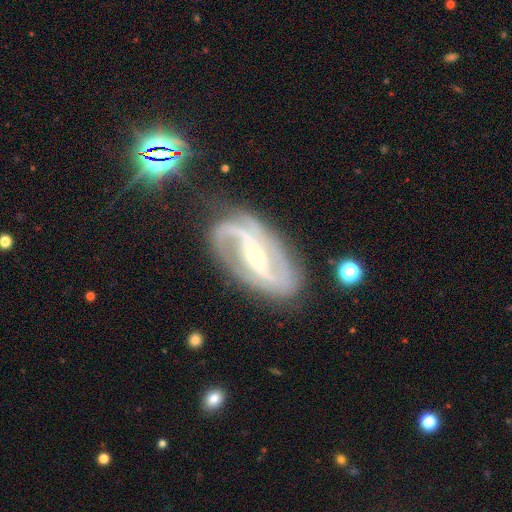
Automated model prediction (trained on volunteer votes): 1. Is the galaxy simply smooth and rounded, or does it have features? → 90% featured or disk, 6% star or artifact, 5% smooth.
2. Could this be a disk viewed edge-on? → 95% no, 5% yes.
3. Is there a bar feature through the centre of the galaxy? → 57% strong, 27% weak, 16% no.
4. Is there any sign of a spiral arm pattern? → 97% yes, 3% no.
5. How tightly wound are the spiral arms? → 48% medium, 27% loose, 25% tight.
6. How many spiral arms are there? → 82% 2, 6% 3, 6% can't tell, 3% 1, 2% 4, 2% more than 4.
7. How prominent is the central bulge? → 64% small, 33% moderate, 1% large, 1% none, 1% dominant.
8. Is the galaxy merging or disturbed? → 72% none, 17% minor disturbance, 8% major disturbance, 3% merger.